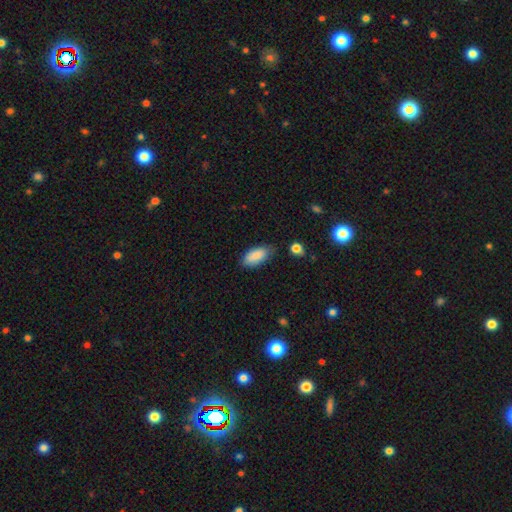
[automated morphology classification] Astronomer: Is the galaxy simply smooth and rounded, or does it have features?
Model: smooth — 87%.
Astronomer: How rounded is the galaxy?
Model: in between — 90%.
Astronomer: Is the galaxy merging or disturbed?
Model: none — 70%.